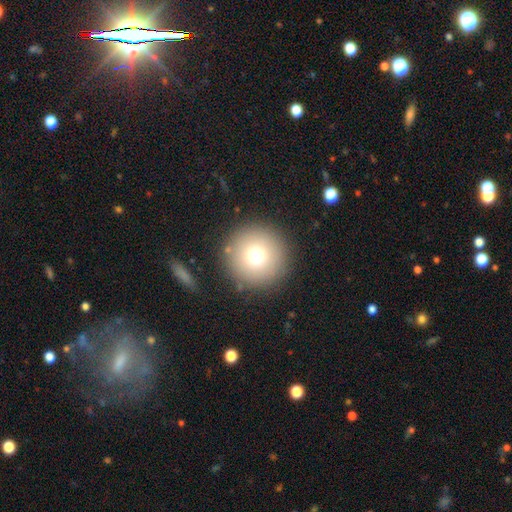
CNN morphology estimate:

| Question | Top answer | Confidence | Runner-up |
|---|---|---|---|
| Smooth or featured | smooth | 73% | featured or disk (14%) |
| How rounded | round | 97% | in between (2%) |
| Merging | none | 88% | minor disturbance (6%) |